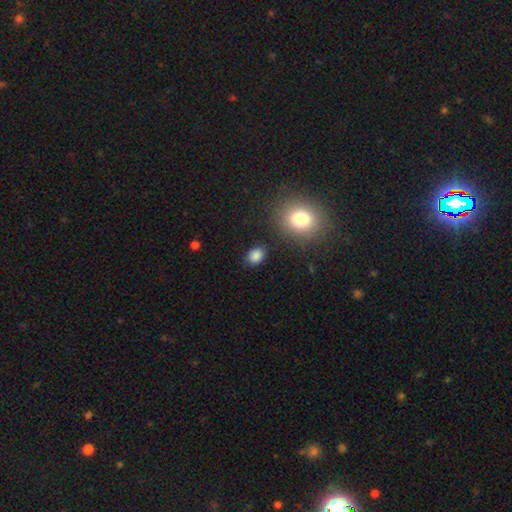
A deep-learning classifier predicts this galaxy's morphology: This is clearly a smooth galaxy (85%). How rounded: possibly in between (56%). Merging: clearly none (84%).